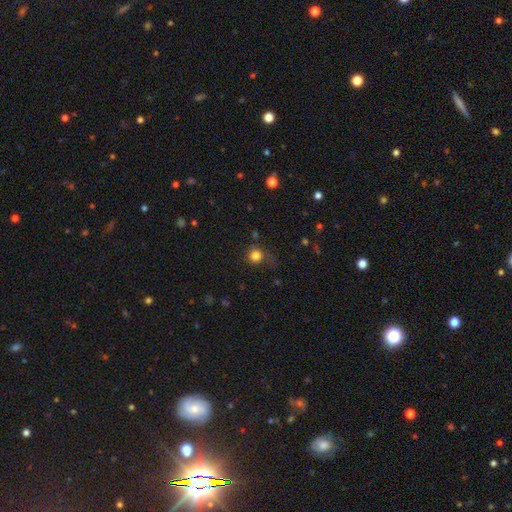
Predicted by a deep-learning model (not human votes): smooth-or-featured: smooth: 81% | star or artifact: 14% | featured or disk: 6%
  how-rounded: round: 87% | in between: 12% | cigar-shaped: 1%
  merging: none: 63% | minor disturbance: 21% | major disturbance: 13% | merger: 3%